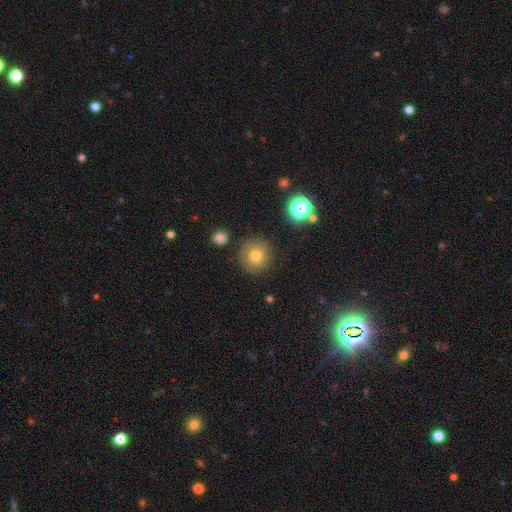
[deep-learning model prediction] This is likely a smooth galaxy (72%). How rounded: clearly round (93%). Merging: clearly none (85%).